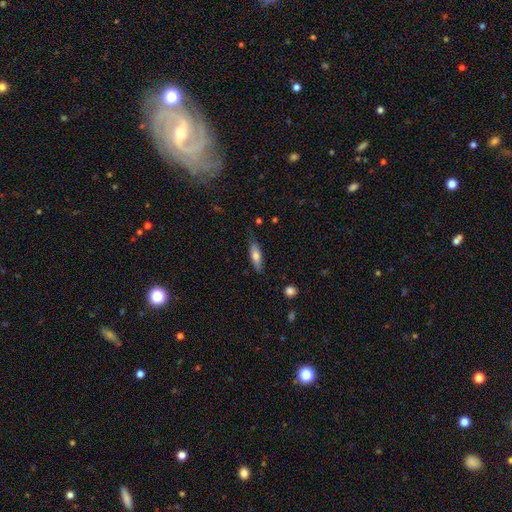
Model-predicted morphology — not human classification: Smooth or featured? smooth (67%)
How rounded? cigar-shaped (53%)
Merging? none (75%)